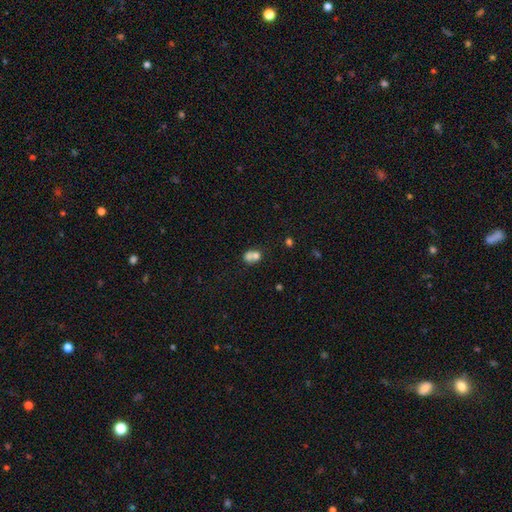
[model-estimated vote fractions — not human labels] Smooth or featured? smooth (70%)
How rounded? round (56%)
Merging? merger (61%)